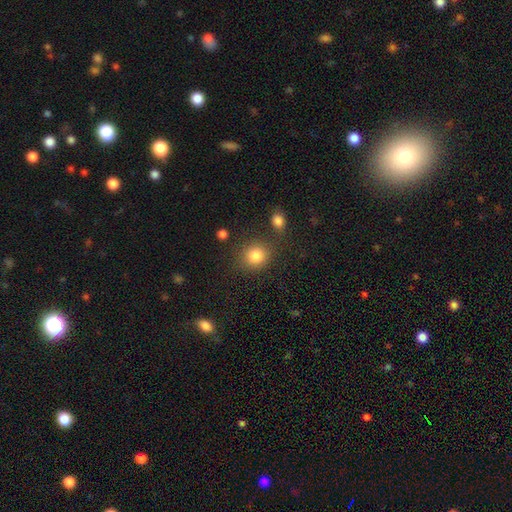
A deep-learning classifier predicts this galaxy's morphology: A smooth galaxy with no disk features (84%) that is round (82%).

Vote fractions:
- Smooth or featured? smooth: 84% / star or artifact: 11% / featured or disk: 6%
- How rounded? round: 82% / in between: 17% / cigar-shaped: 1%
- Merging? none: 78% / minor disturbance: 10% / merger: 7% / major disturbance: 4%